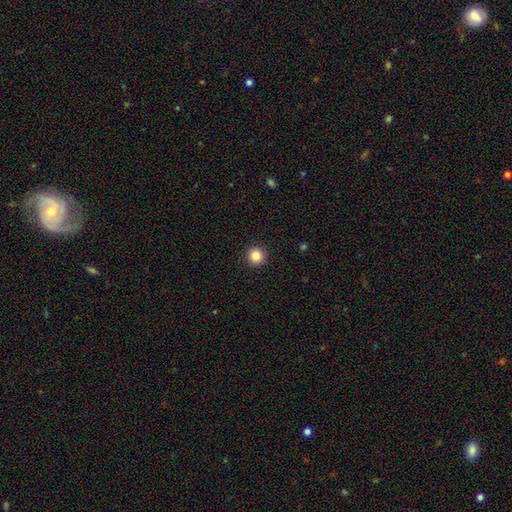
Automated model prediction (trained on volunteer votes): Smooth or featured? smooth (85%)
How rounded? round (96%)
Merging? none (93%)